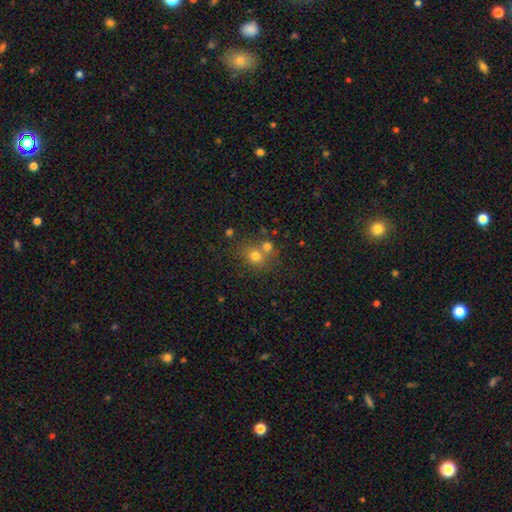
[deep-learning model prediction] Q: Smooth or featured?
A: smooth (71%); runner-up: star or artifact (16%)
Q: How rounded?
A: round (80%); runner-up: in between (20%)
Q: Merging?
A: none (52%); runner-up: merger (35%)